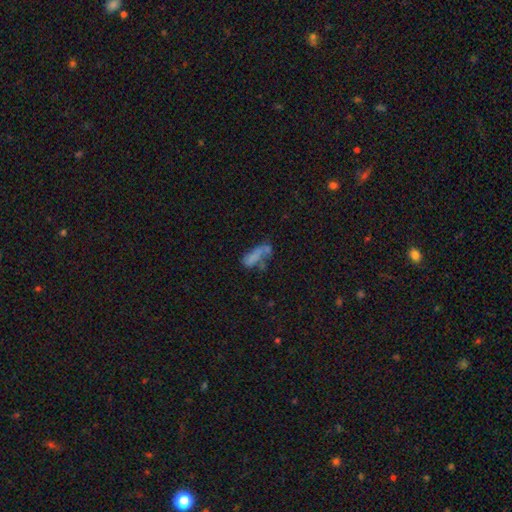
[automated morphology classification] This is likely a smooth galaxy (61%). How rounded: likely in between (62%). Merging: marginally none (28%).